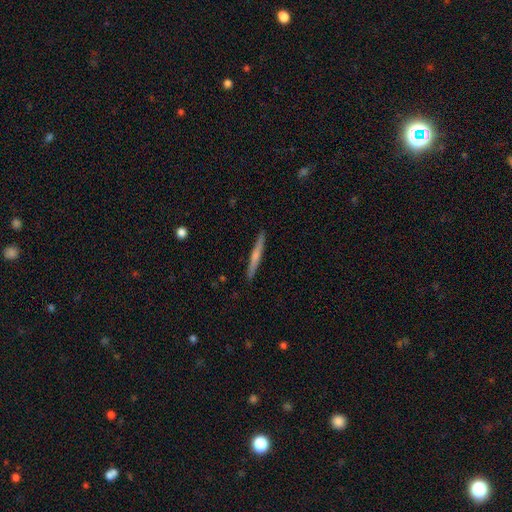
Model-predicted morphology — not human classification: A smooth galaxy with no disk features (48%).

Vote fractions:
- Smooth or featured? smooth: 48% / featured or disk: 47% / star or artifact: 6%
- Merging? none: 91% / minor disturbance: 6% / major disturbance: 1% / merger: 1%